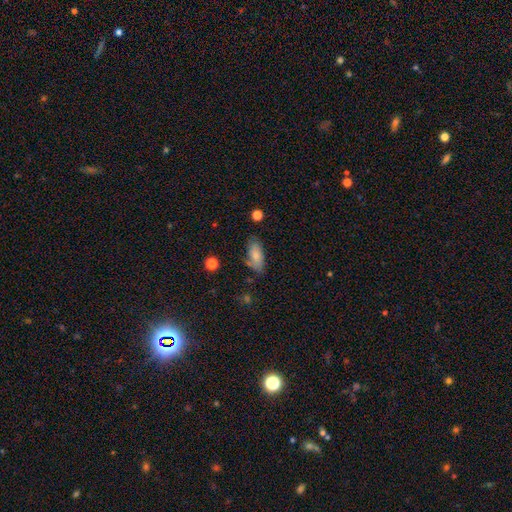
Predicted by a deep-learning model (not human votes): smooth_or_featured: smooth (p=0.80) [alt: featured or disk p=0.13]
how_rounded: in between (p=0.87) [alt: cigar-shaped p=0.10]
merging: none (p=0.68) [alt: minor disturbance p=0.22]